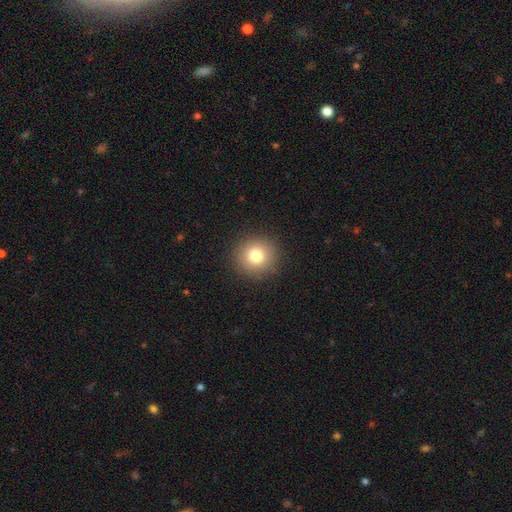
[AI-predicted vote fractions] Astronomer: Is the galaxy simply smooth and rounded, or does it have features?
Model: smooth — 78%.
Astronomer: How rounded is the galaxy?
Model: round — 94%.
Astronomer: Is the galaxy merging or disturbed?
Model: none — 92%.